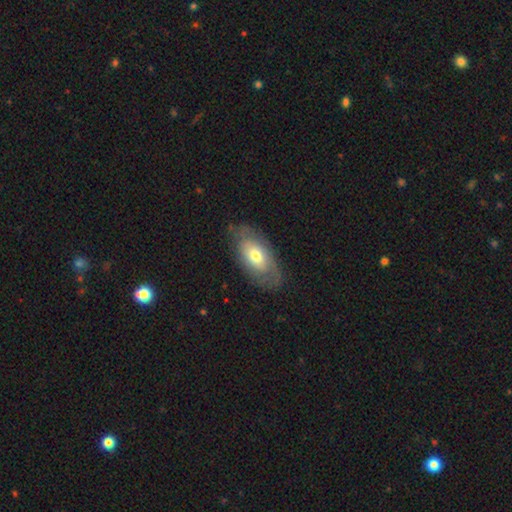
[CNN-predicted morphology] smooth 53%, featured or disk 41%, star or artifact 6%. Down the decision tree: how rounded — in between (91%); merging — none (72%).